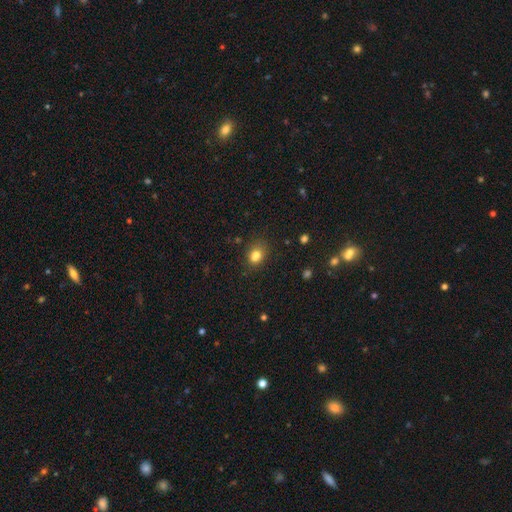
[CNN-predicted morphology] Q: Smooth or featured?
A: smooth (81%); runner-up: star or artifact (13%)
Q: How rounded?
A: in between (58%); runner-up: round (41%)
Q: Merging?
A: none (69%); runner-up: minor disturbance (19%)